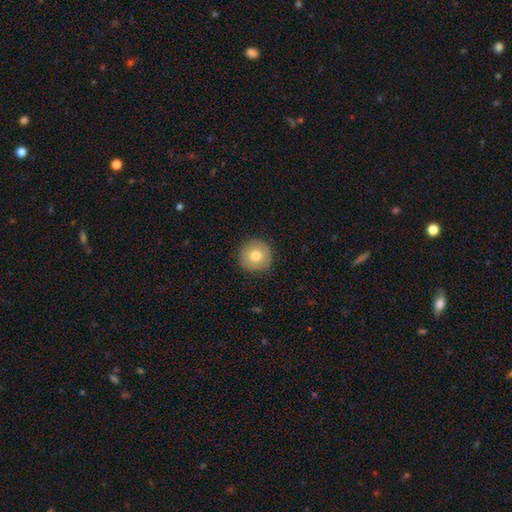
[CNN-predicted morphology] type=smooth (75%); roundness=round (95%); merging=none (89%).